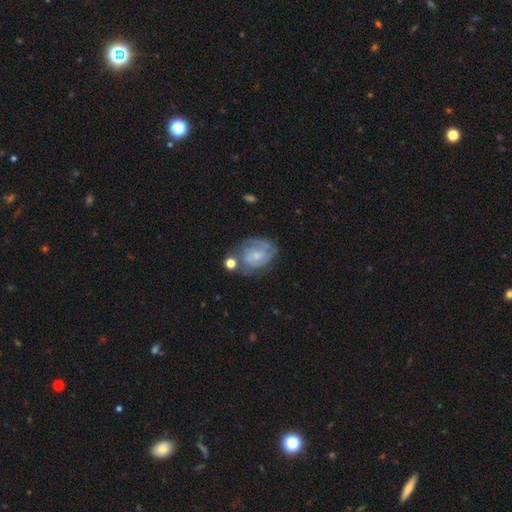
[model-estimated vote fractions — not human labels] Smooth or featured? featured or disk (70%)
Edge-on disk? no (97%)
Bar? no (63%)
Spiral arms? yes (85%)
Spiral winding? tight (53%)
Spiral arm count? can't tell (36%)
Bulge size? small (62%)
Merging? none (57%)